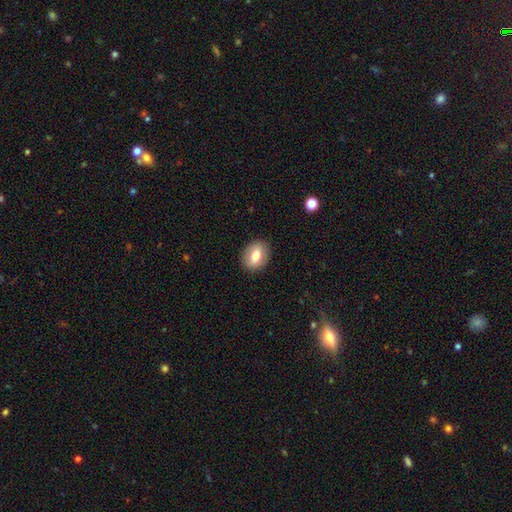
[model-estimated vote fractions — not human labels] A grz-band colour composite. It shows a smooth galaxy with no disk features (72%) that is in between round and cigar-shaped (68%). Merging: none (88%).